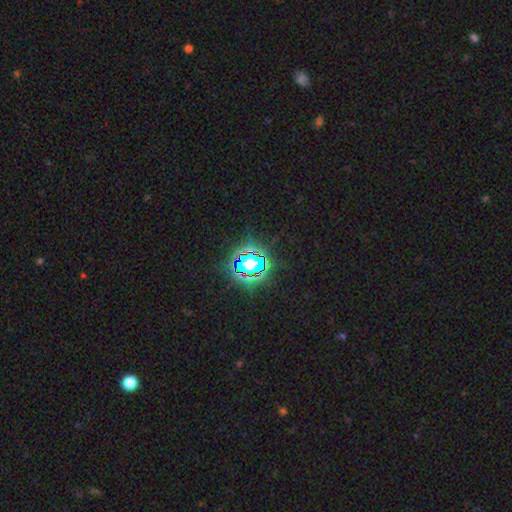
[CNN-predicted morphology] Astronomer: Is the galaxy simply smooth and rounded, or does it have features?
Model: star or artifact — 77%.